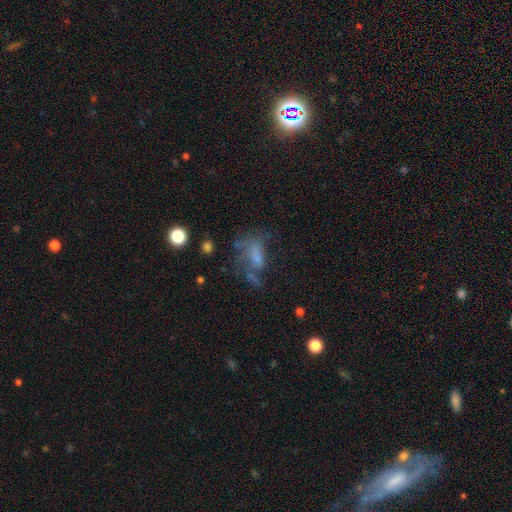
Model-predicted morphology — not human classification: Smooth or featured: featured or disk — 40% (smooth — 36%)
Merging: major disturbance — 39% (none — 34%)